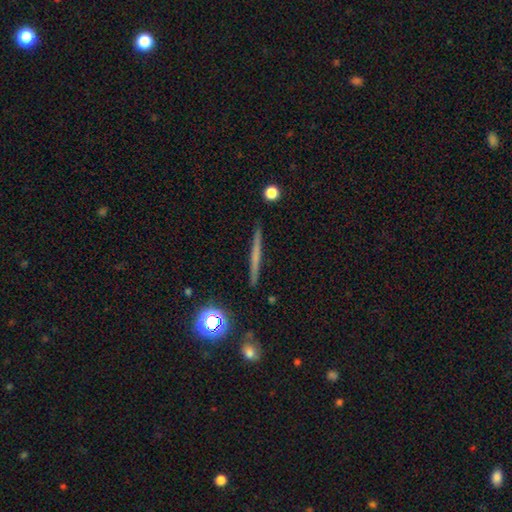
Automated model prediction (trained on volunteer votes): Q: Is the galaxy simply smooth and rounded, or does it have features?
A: featured or disk — 45%, tied with smooth.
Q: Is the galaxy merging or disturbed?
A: none — 92%.